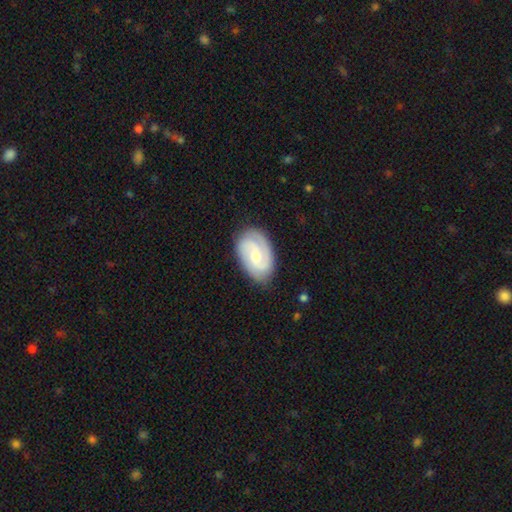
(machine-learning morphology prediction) smooth-or-featured: featured or disk: 79% | smooth: 16% | star or artifact: 5%
  disk-edge-on: no: 97% | yes: 3%
    bar: weak: 46% | no: 45% | strong: 9%
    has-spiral-arms: yes: 96% | no: 4%
      spiral-winding: tight: 50% | medium: 40% | loose: 10%
      spiral-arm-count: 2: 73% | 3: 11% | can't tell: 10% | 1: 3% | 4: 2% | more than 4: 2%
    bulge-size: small: 48% | moderate: 46% | none: 3% | large: 2% | dominant: 1%
  merging: none: 83% | minor disturbance: 13% | major disturbance: 3% | merger: 1%